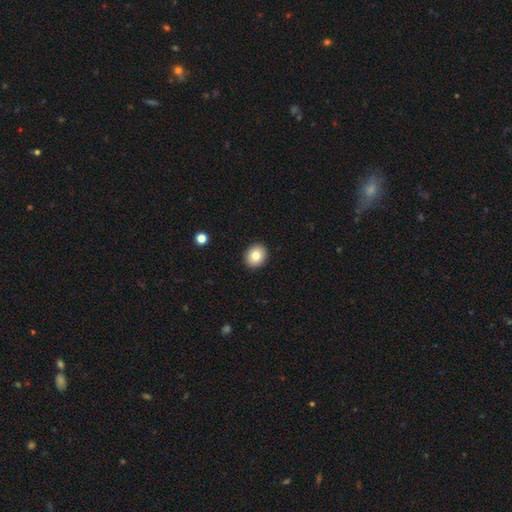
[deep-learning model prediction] smooth_or_featured: smooth (p=0.81) [alt: featured or disk p=0.09]
how_rounded: round (p=0.70) [alt: in between p=0.29]
merging: none (p=0.92) [alt: minor disturbance p=0.06]